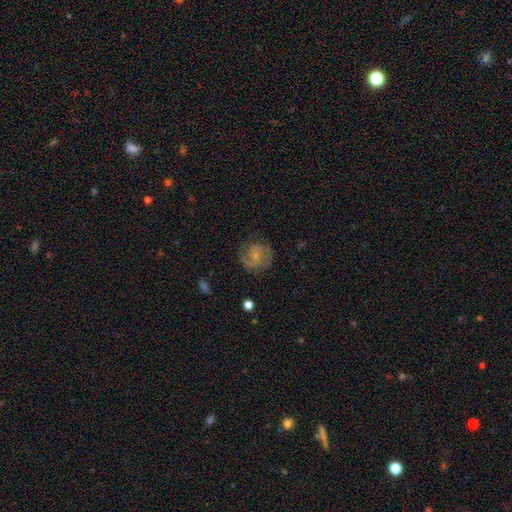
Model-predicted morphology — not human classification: Smooth or featured? featured or disk (60%)
Edge-on disk? no (98%)
Bar? no (63%)
Spiral arms? yes (89%)
Spiral winding? medium (46%)
Spiral arm count? 2 (71%)
Bulge size? small (60%)
Merging? none (74%)